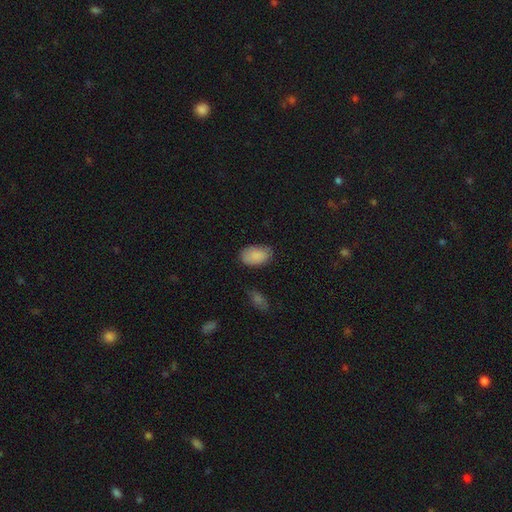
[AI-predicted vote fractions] smooth_or_featured: smooth (p=0.87) [alt: star or artifact p=0.06]
how_rounded: in between (p=0.93) [alt: round p=0.06]
merging: none (p=0.77) [alt: minor disturbance p=0.17]